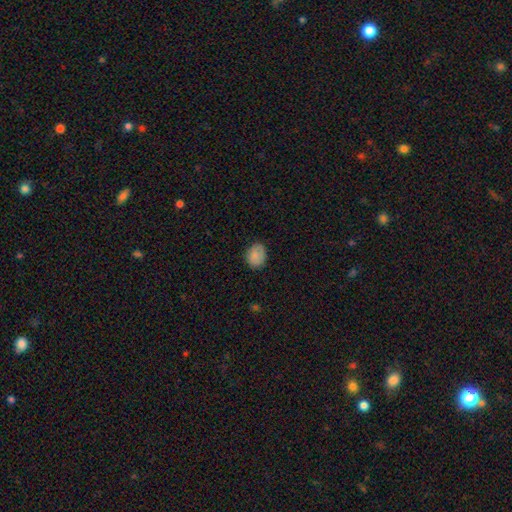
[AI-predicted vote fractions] Overall: smooth (83%). How rounded: in between (57%; round 43%). Merging: none (78%).